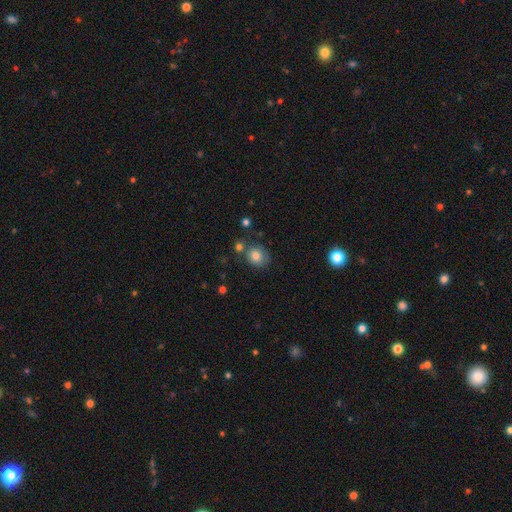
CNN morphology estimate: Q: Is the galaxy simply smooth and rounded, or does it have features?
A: smooth — 79%.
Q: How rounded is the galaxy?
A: round — 66%.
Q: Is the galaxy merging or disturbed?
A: none — 66%.